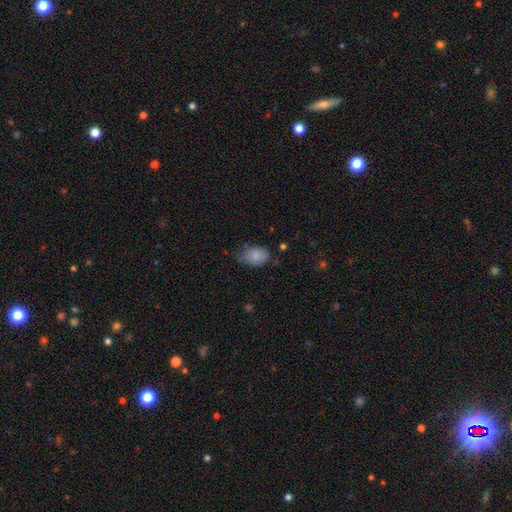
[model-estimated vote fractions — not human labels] Smooth or featured?
  - smooth: 85% *
  - star or artifact: 8%
  - featured or disk: 7%
How rounded?
  - in between: 86% *
  - round: 13%
  - cigar-shaped: 1%
Merging?
  - none: 60% *
  - minor disturbance: 32%
  - major disturbance: 6%
  - merger: 2%